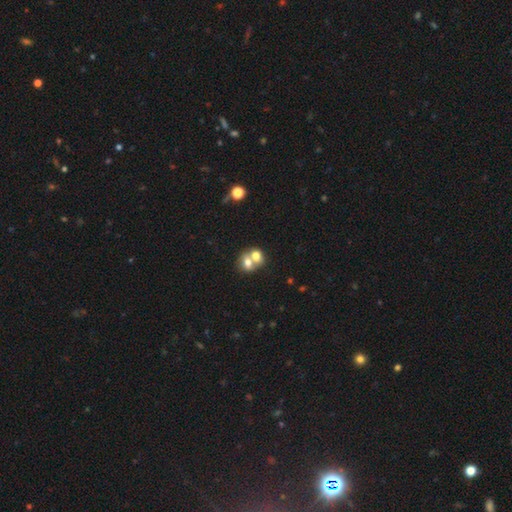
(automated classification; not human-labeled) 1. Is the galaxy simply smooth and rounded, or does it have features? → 69% smooth, 21% featured or disk, 10% star or artifact.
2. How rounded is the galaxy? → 50% round, 49% in between, 1% cigar-shaped.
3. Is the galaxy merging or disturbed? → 73% merger, 20% none, 5% minor disturbance, 3% major disturbance.